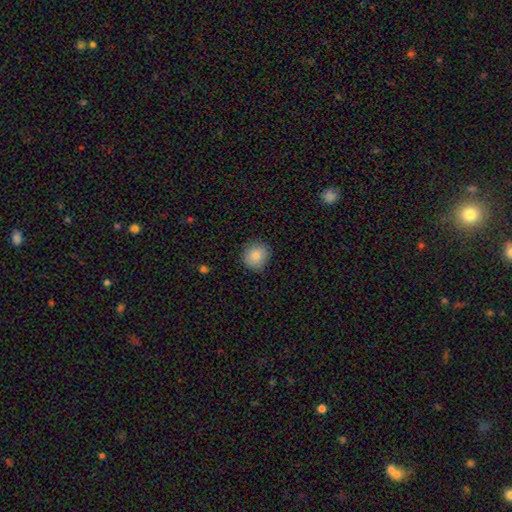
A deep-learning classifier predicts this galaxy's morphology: This is clearly a smooth galaxy (85%). How rounded: clearly round (86%). Merging: clearly none (86%).